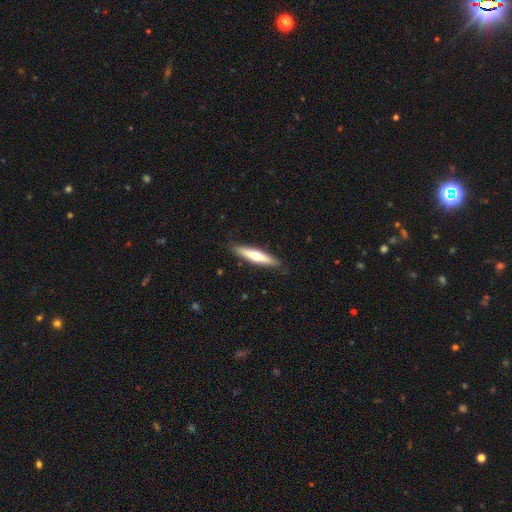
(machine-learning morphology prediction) Smooth or featured?
  - smooth: 55% *
  - featured or disk: 40%
  - star or artifact: 5%
How rounded?
  - cigar-shaped: 85% *
  - in between: 14%
  - round: 1%
Merging?
  - none: 88% *
  - minor disturbance: 9%
  - major disturbance: 2%
  - merger: 1%